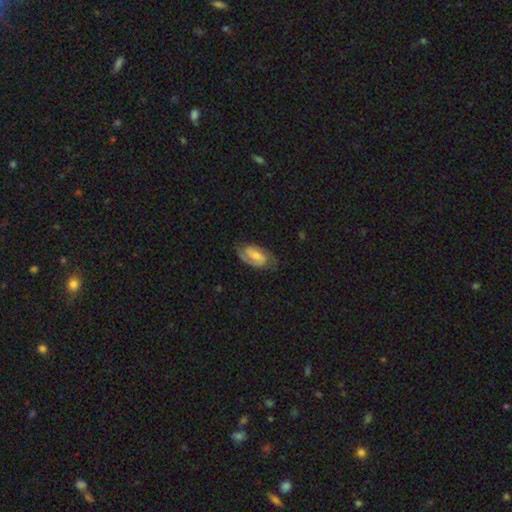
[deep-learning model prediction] A featured or disk galaxy (68%) with a weak bar (46%), 2 (74%) tight (43%) spiral arms (92%) and a small central bulge (43%). Merging: none (70%).